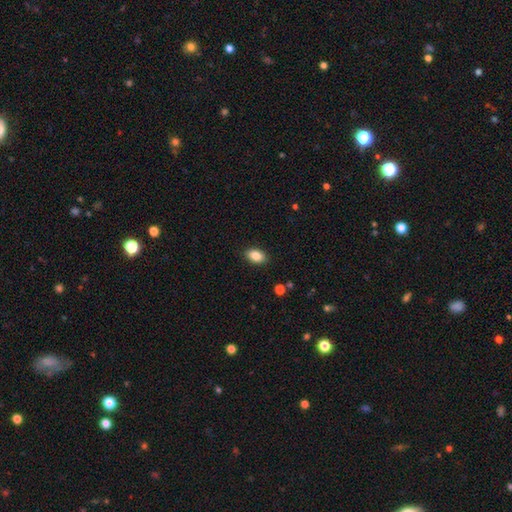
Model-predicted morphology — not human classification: Overall: smooth (86%). How rounded: in between (90%). Merging: none (89%).